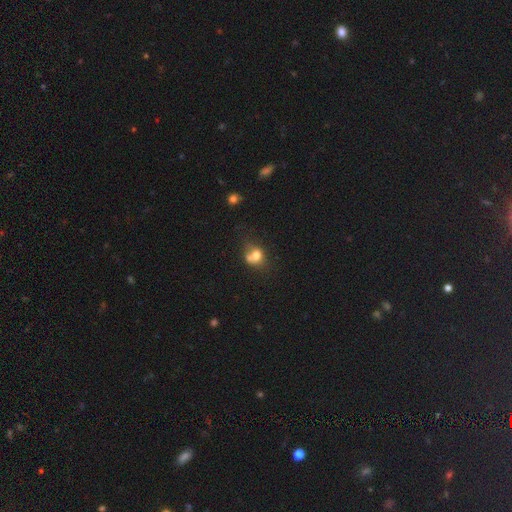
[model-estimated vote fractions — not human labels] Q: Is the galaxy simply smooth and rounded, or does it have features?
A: smooth — 72%.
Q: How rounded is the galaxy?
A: round — 66%.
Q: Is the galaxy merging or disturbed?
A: merger — 41%.